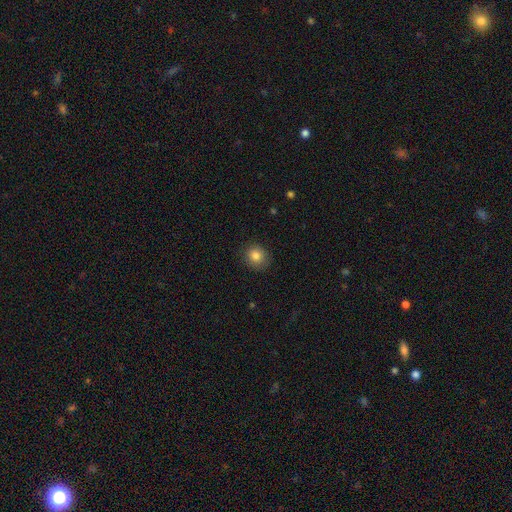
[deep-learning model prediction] smooth-or-featured: smooth: 82% | star or artifact: 11% | featured or disk: 7%
  how-rounded: round: 80% | in between: 19% | cigar-shaped: 1%
  merging: none: 86% | minor disturbance: 10% | major disturbance: 3% | merger: 1%